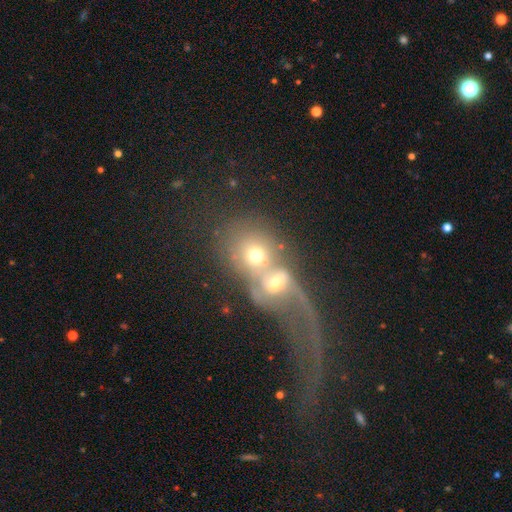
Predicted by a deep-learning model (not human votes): This is possibly a featured or disk galaxy (51%). It is clearly not viewed edge-on (92%). Merging: likely merger (78%).